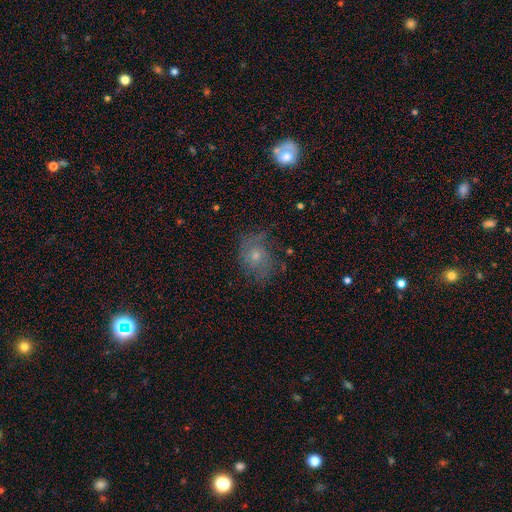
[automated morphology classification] featured or disk 45%, smooth 42%, star or artifact 13%. Down the decision tree: merging — none (61%).